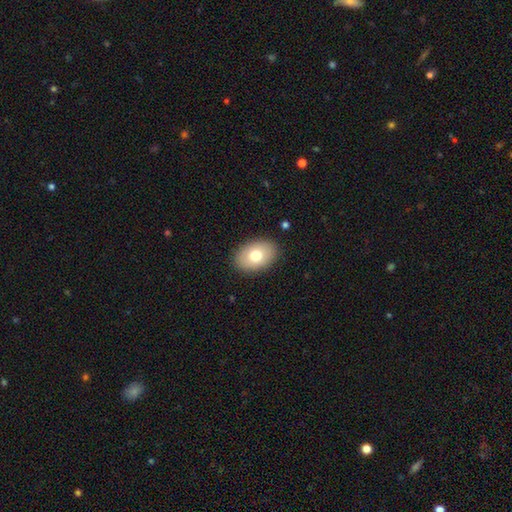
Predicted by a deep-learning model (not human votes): smooth 76%, featured or disk 17%, star or artifact 8%. Down the decision tree: how rounded — in between (84%); merging — none (88%).